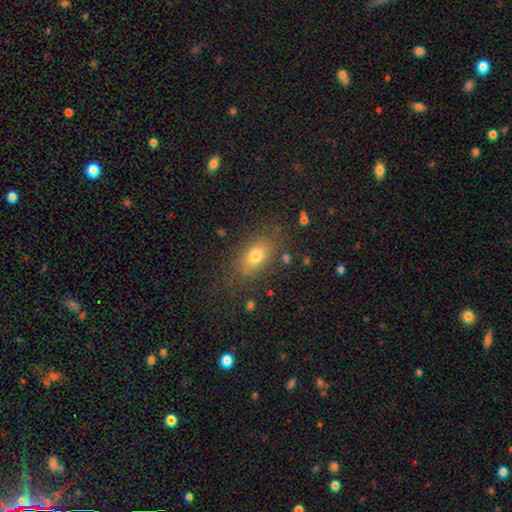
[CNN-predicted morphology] smooth-or-featured: smooth: 74% | featured or disk: 14% | star or artifact: 12%
  how-rounded: in between: 81% | round: 13% | cigar-shaped: 6%
  merging: none: 78% | minor disturbance: 14% | major disturbance: 6% | merger: 3%